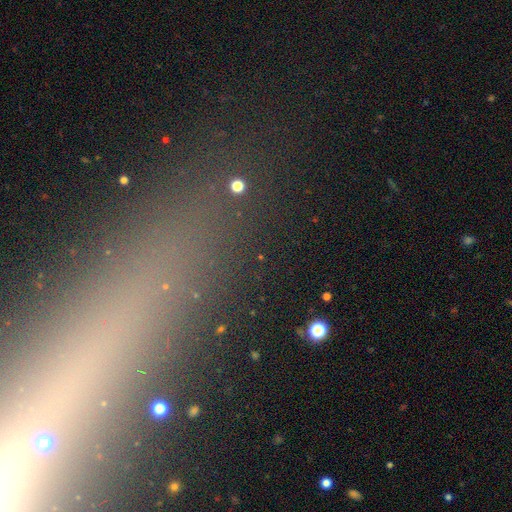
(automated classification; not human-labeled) smooth-or-featured: star or artifact: 56% | smooth: 25% | featured or disk: 19%